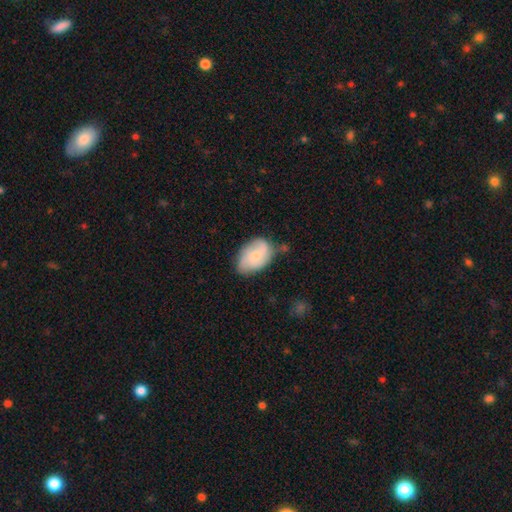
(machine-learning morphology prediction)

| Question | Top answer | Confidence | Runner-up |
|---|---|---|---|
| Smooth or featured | featured or disk | 54% | smooth (40%) |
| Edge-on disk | no | 97% | yes (3%) |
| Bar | no | 70% | weak (27%) |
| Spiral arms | yes | 88% | no (12%) |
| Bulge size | small | 60% | moderate (29%) |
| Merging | none | 57% | minor disturbance (31%) |